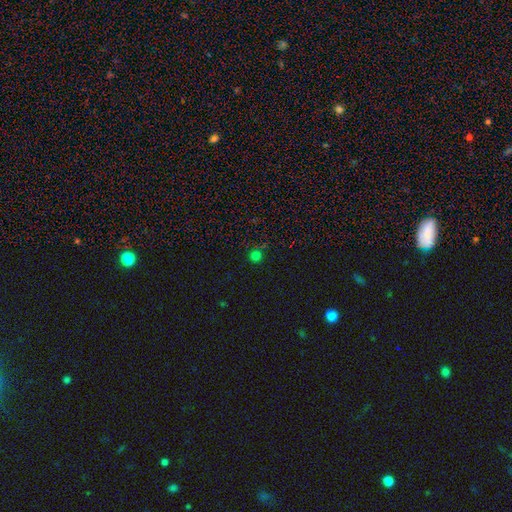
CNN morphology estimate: This is likely a smooth galaxy (73%). How rounded: clearly round (95%). Merging: clearly none (84%).